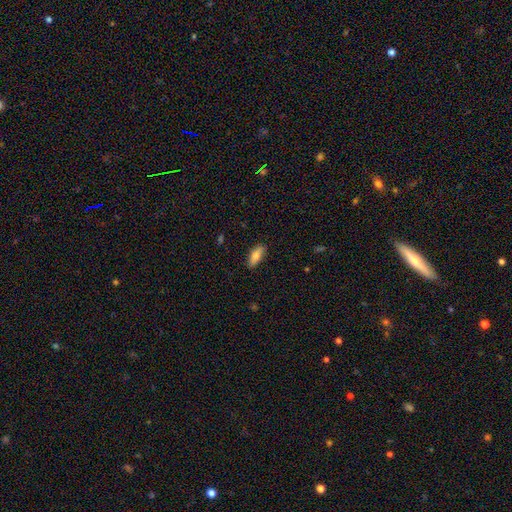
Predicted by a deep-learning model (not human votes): Smooth or featured?
  - smooth: 75% *
  - featured or disk: 19%
  - star or artifact: 6%
How rounded?
  - in between: 78% *
  - cigar-shaped: 20%
  - round: 3%
Merging?
  - none: 85% *
  - minor disturbance: 12%
  - major disturbance: 2%
  - merger: 1%